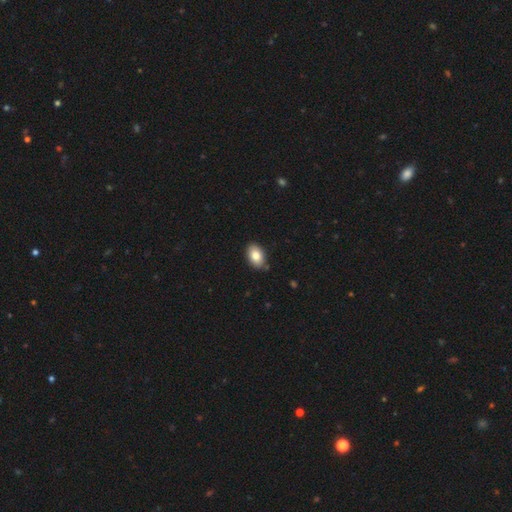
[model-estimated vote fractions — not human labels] Overall: smooth (82%). How rounded: in between (89%). Merging: none (86%).